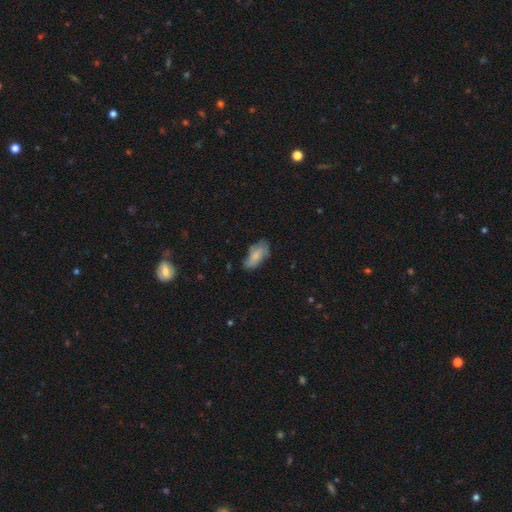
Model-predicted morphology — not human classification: Smooth or featured? smooth (70%)
How rounded? in between (89%)
Merging? none (56%)